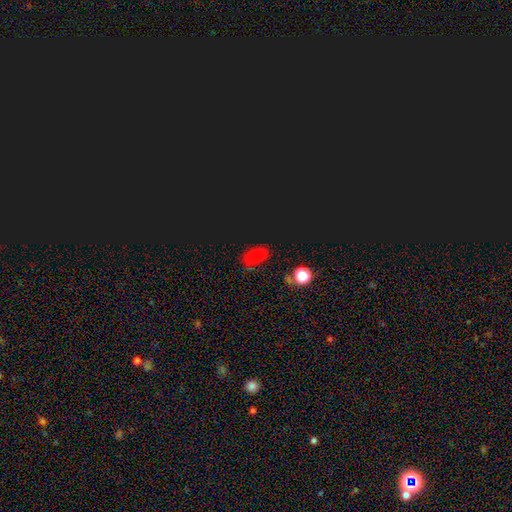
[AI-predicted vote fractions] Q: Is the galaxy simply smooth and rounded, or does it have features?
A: smooth — 59%.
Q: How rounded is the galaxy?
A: in between — 81%.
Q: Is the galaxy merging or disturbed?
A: none — 74%.